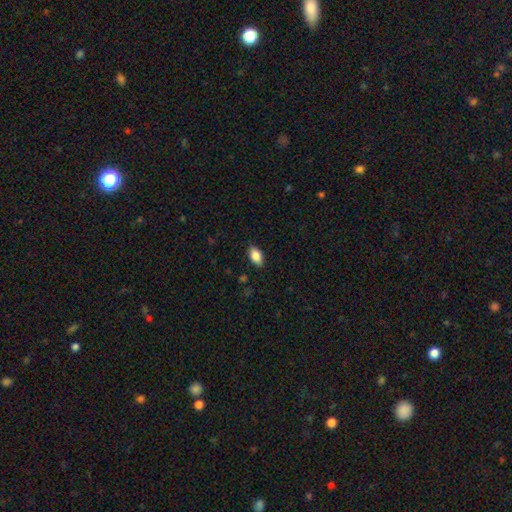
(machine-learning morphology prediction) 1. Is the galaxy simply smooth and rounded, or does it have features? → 86% smooth, 7% star or artifact, 7% featured or disk.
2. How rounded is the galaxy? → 91% in between, 6% round, 3% cigar-shaped.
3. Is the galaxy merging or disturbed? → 87% none, 10% minor disturbance, 2% major disturbance, 1% merger.